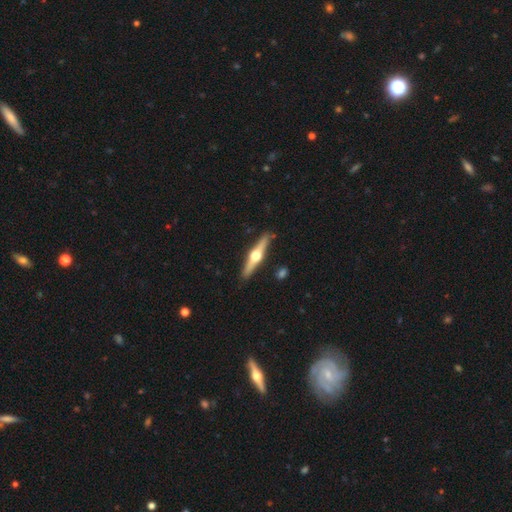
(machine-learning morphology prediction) Smooth or featured: featured or disk — 74% (smooth — 21%)
Edge-on disk: yes — 98% (no — 2%)
Edge-on bulge: rounded — 97% (boxy — 2%)
Merging: none — 89% (minor disturbance — 7%)